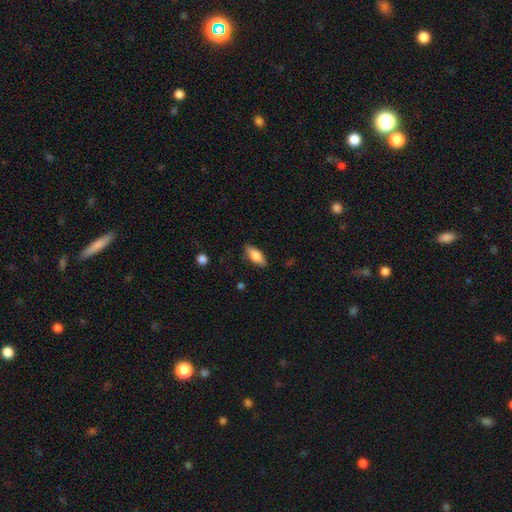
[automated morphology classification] The model was most divided on "smooth or featured": smooth: 74%, featured or disk: 20%, star or artifact: 7%. More confident: merging — none (85%); how rounded — in between (77%).